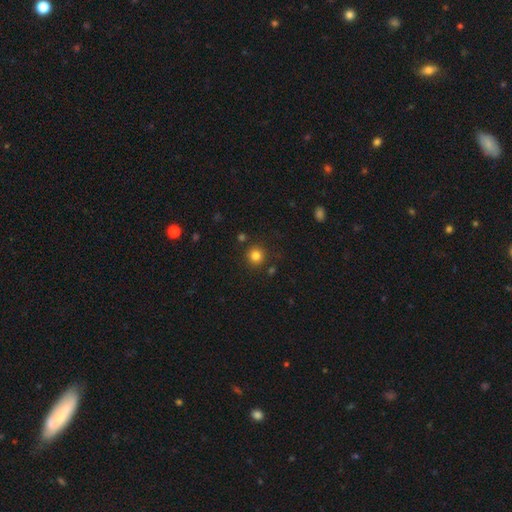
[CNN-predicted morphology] Q: Smooth or featured?
A: smooth (82%); runner-up: star or artifact (13%)
Q: How rounded?
A: round (94%); runner-up: in between (5%)
Q: Merging?
A: none (87%); runner-up: minor disturbance (7%)